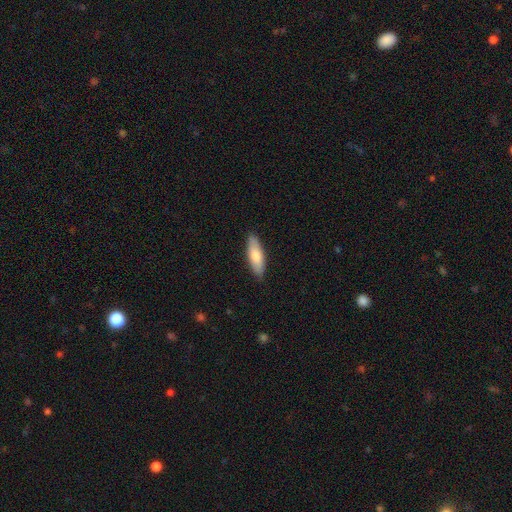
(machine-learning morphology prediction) Q: Smooth or featured?
A: smooth (76%); runner-up: featured or disk (19%)
Q: How rounded?
A: in between (57%); runner-up: cigar-shaped (42%)
Q: Merging?
A: none (86%); runner-up: minor disturbance (11%)